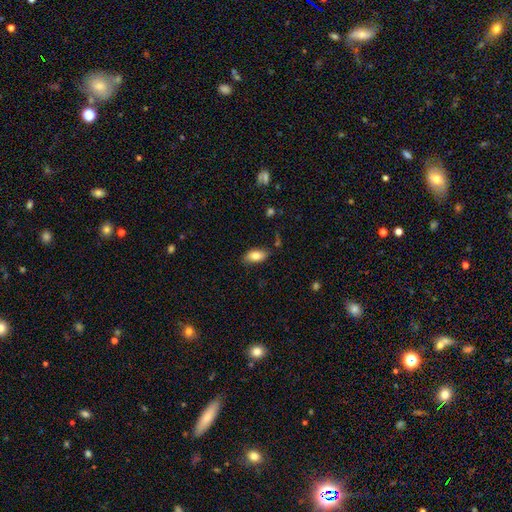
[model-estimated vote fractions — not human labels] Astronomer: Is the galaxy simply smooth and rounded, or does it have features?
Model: smooth — 81%.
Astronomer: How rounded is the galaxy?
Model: in between — 92%.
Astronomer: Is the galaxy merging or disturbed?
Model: none — 80%.